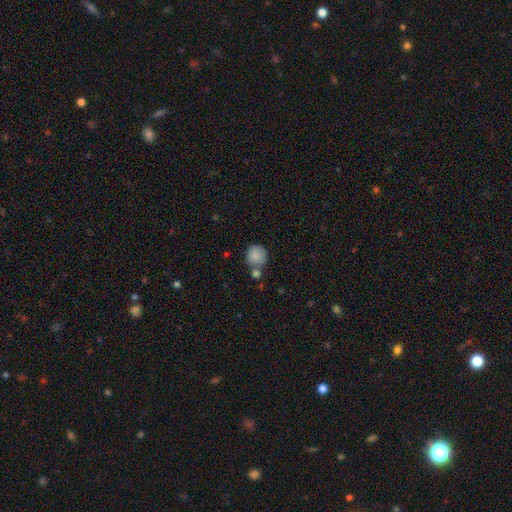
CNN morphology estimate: Smooth or featured? Predicted: smooth (p=0.86). How rounded? Predicted: round (p=0.90). Merging? Predicted: none (p=0.61).